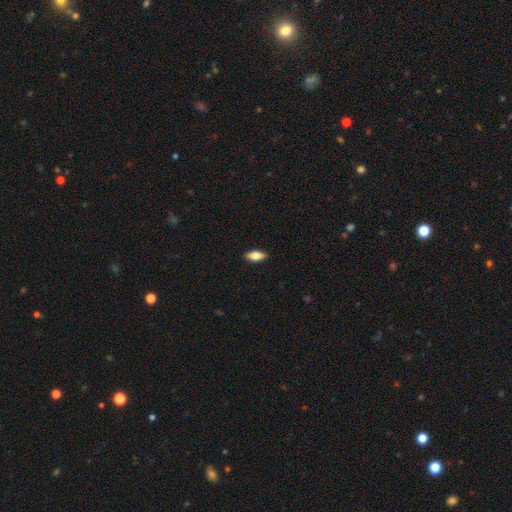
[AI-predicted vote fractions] smooth 71%, featured or disk 23%, star or artifact 7%. Down the decision tree: how rounded — in between (82%); merging — none (90%).